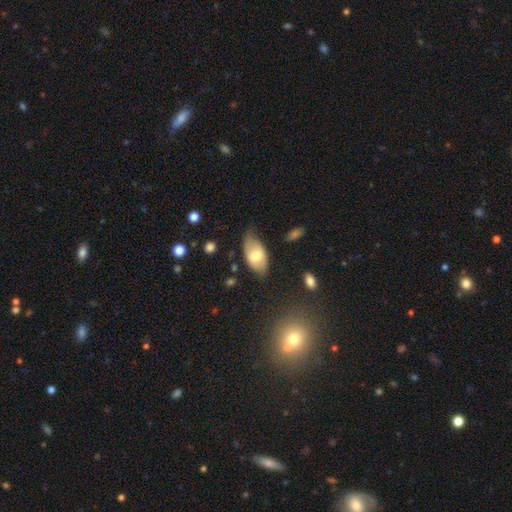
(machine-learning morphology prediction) A smooth galaxy with no disk features (68%) that is in between round and cigar-shaped (94%). Merging: none (58%).